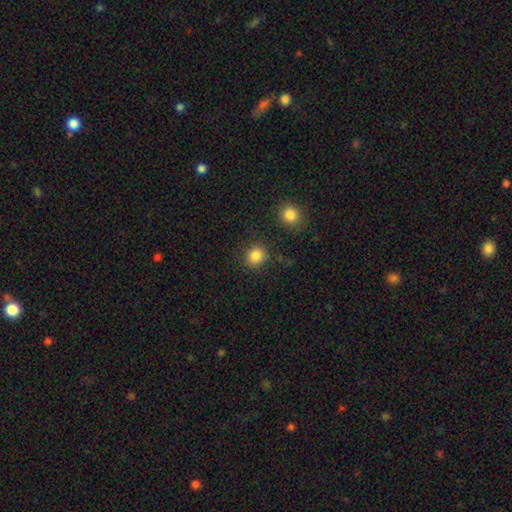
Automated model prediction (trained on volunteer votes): This is clearly a smooth galaxy (86%). How rounded: clearly round (81%). Merging: clearly none (85%).